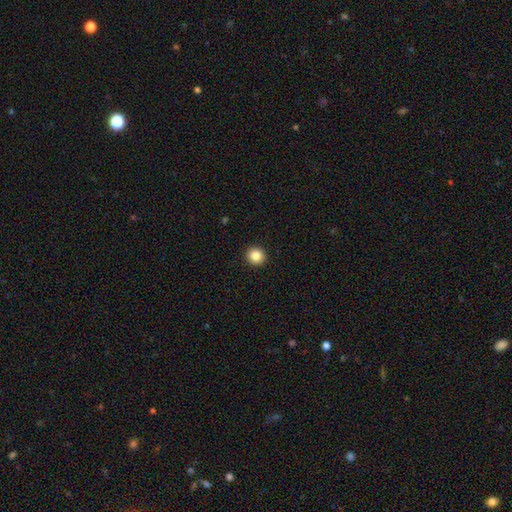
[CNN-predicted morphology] A smooth galaxy with no disk features (85%) that is round (91%).

Vote fractions:
- Smooth or featured? smooth: 85% / star or artifact: 10% / featured or disk: 5%
- How rounded? round: 91% / in between: 8% / cigar-shaped: 1%
- Merging? none: 93% / minor disturbance: 4% / major disturbance: 2% / merger: 1%